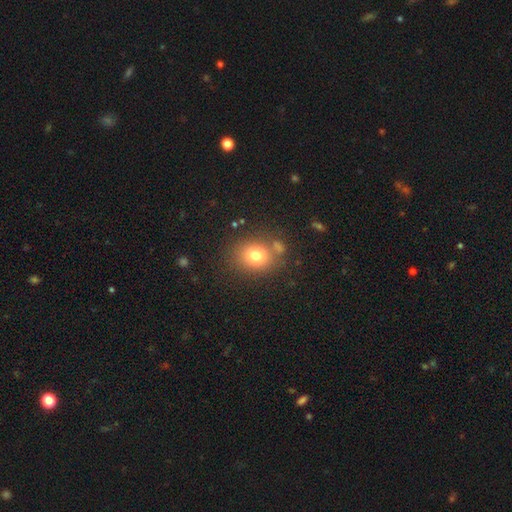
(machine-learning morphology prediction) Smooth or featured? Predicted: smooth (p=0.77). How rounded? Predicted: round (p=0.62). Merging? Predicted: none (p=0.73).